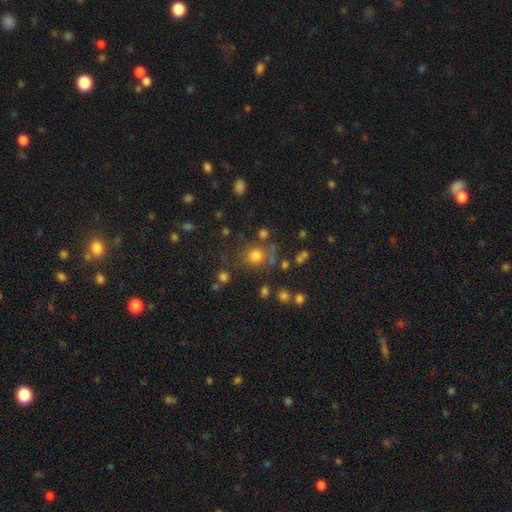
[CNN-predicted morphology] smooth 75%, star or artifact 17%, featured or disk 8%. Down the decision tree: how rounded — round (89%); merging — none (71%).